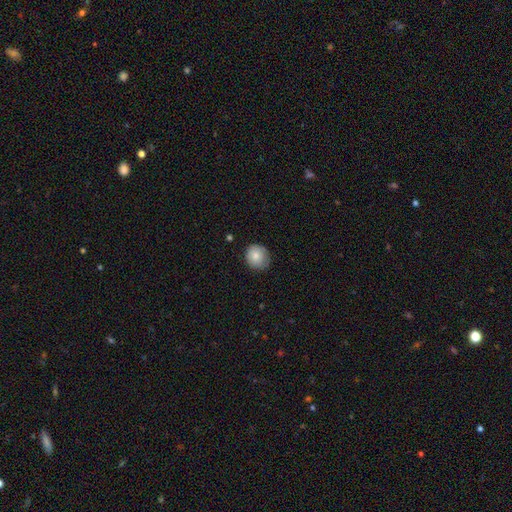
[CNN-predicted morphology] Smooth or featured? Predicted: smooth (p=0.82). How rounded? Predicted: round (p=0.81). Merging? Predicted: none (p=0.79).